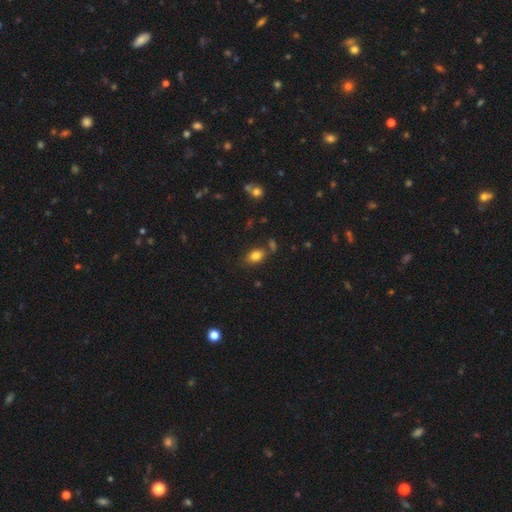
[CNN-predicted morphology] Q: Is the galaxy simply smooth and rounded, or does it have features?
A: smooth — 82%.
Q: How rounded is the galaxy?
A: in between — 80%.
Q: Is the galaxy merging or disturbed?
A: none — 73%.